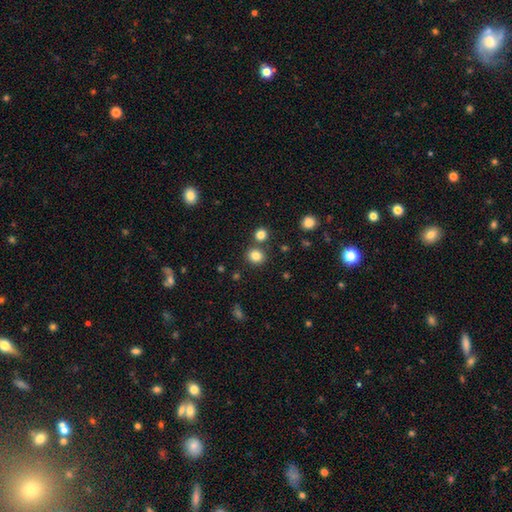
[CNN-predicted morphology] Smooth or featured? Predicted: smooth (p=0.82). How rounded? Predicted: round (p=0.83). Merging? Predicted: none (p=0.81).